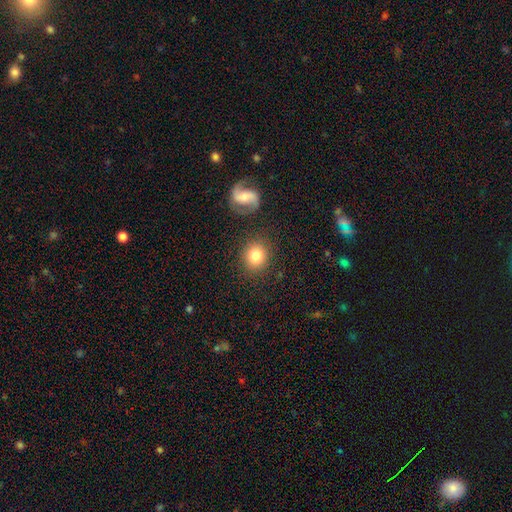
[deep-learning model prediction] smooth_or_featured: smooth (p=0.82) [alt: featured or disk p=0.09]
how_rounded: round (p=0.83) [alt: in between p=0.16]
merging: none (p=0.83) [alt: minor disturbance p=0.09]